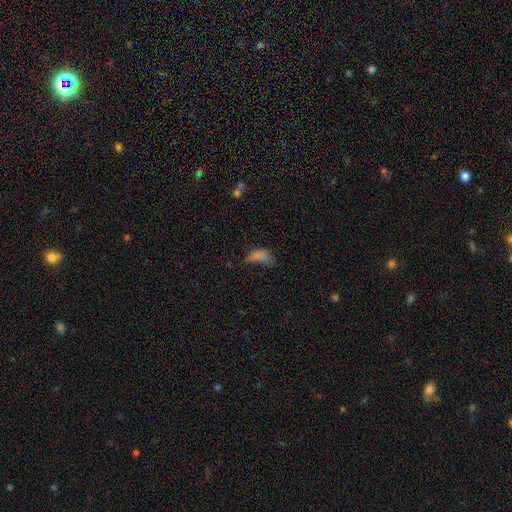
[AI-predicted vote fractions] Smooth or featured? Predicted: smooth (p=0.68). How rounded? Predicted: in between (p=0.84). Merging? Predicted: major disturbance (p=0.34).